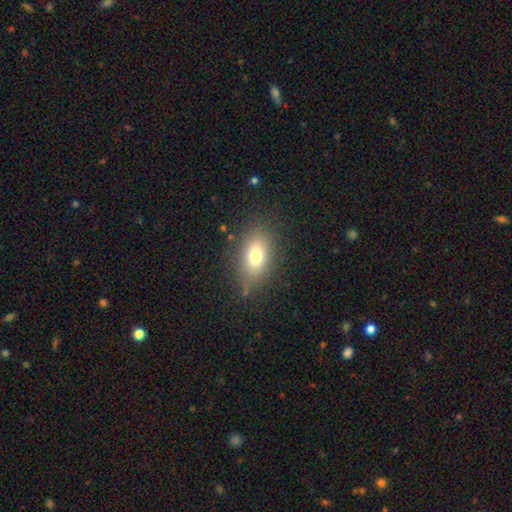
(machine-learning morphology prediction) Smooth or featured: smooth — 76% (featured or disk — 14%)
How rounded: in between — 85% (round — 11%)
Merging: none — 80% (minor disturbance — 13%)